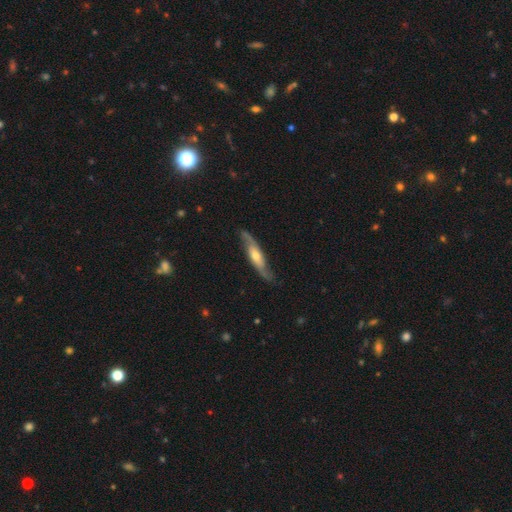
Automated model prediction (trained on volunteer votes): A featured or disk galaxy (75%).

Vote fractions:
- Smooth or featured? featured or disk: 75% / smooth: 20% / star or artifact: 5%
- Edge-on disk? no: 60% / yes: 40%
- Merging? none: 81% / minor disturbance: 14% / major disturbance: 4% / merger: 1%